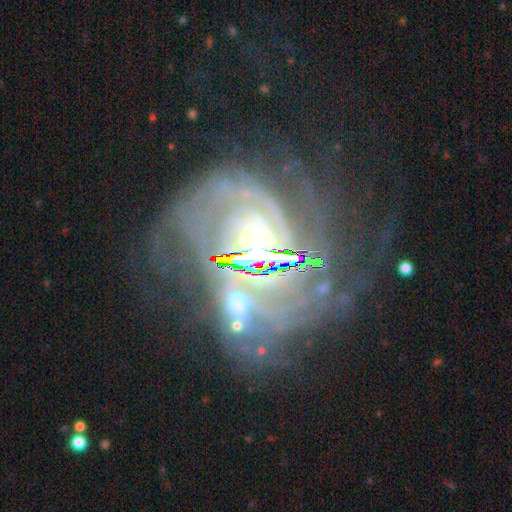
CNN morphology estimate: Smooth or featured?
  - featured or disk: 80% *
  - star or artifact: 14%
  - smooth: 6%
Edge-on disk?
  - no: 97% *
  - yes: 3%
Bar?
  - no: 48% *
  - weak: 27%
  - strong: 25%
Spiral arms?
  - yes: 87% *
  - no: 13%
Spiral winding?
  - tight: 51% *
  - medium: 34%
  - loose: 15%
Spiral arm count?
  - can't tell: 32% *
  - 2: 28%
  - 3: 14%
  - 4: 9%
  - more than 4: 9%
  - 1: 9%
Bulge size?
  - moderate: 37% *
  - small: 26%
  - large: 19%
  - none: 13%
  - dominant: 6%
Merging?
  - none: 43% *
  - major disturbance: 28%
  - minor disturbance: 18%
  - merger: 10%